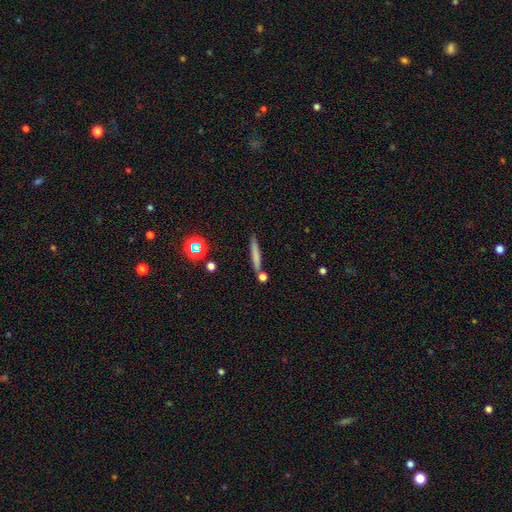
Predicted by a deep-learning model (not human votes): A smooth galaxy with no disk features (70%) that is cigar-shaped (92%).

Vote fractions:
- Smooth or featured? smooth: 70% / featured or disk: 20% / star or artifact: 10%
- How rounded? cigar-shaped: 92% / in between: 5% / round: 2%
- Merging? none: 77% / minor disturbance: 10% / merger: 10% / major disturbance: 3%